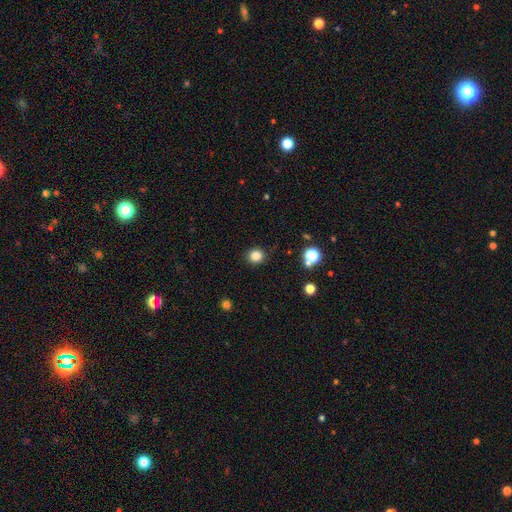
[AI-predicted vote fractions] Smooth or featured? smooth (83%)
How rounded? round (83%)
Merging? none (89%)